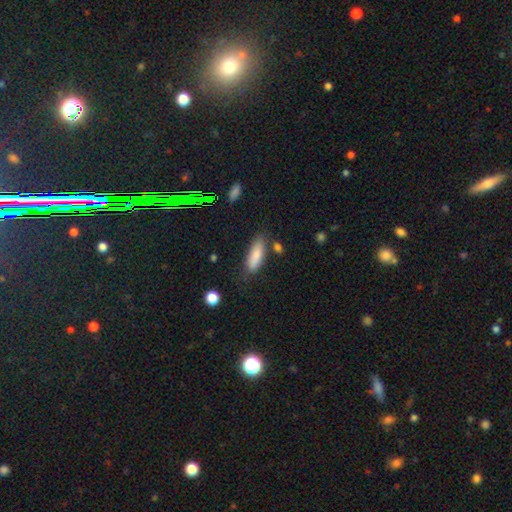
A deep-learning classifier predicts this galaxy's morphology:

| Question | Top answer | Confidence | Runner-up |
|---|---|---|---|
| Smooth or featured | smooth | 83% | featured or disk (10%) |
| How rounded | in between | 62% | cigar-shaped (36%) |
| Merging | none | 69% | minor disturbance (19%) |